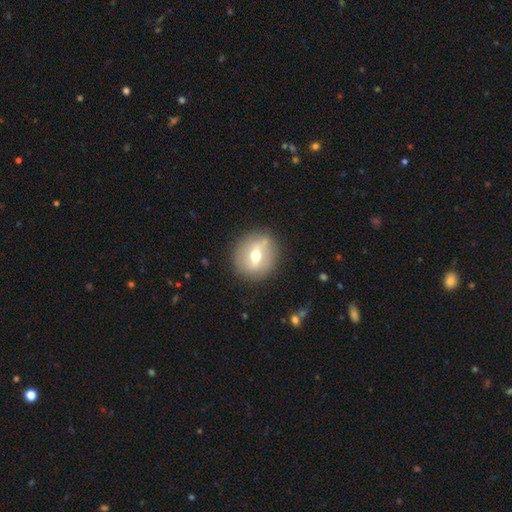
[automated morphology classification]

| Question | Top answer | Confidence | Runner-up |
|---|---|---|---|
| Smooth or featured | featured or disk | 48% | smooth (43%) |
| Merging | none | 84% | minor disturbance (10%) |